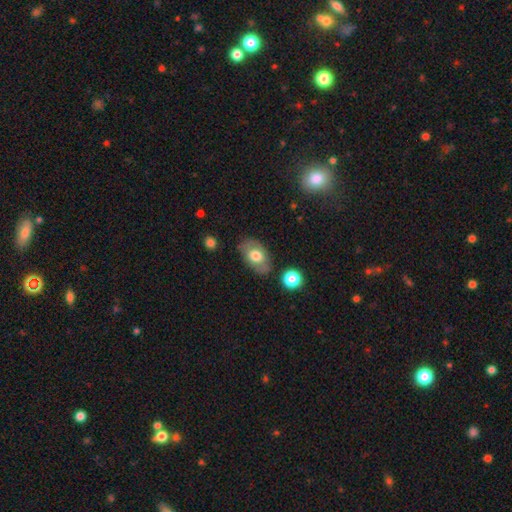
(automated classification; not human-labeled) smooth-or-featured: smooth: 65% | featured or disk: 28% | star or artifact: 7%
  how-rounded: in between: 87% | round: 12% | cigar-shaped: 1%
  merging: none: 72% | minor disturbance: 18% | major disturbance: 5% | merger: 5%